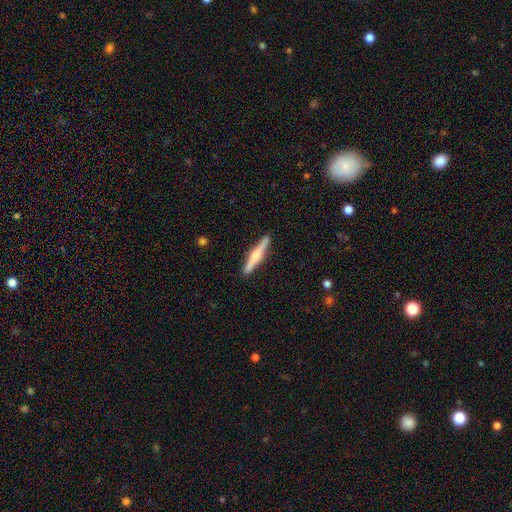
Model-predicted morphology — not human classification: The model was most divided on "smooth or featured": featured or disk: 63%, smooth: 32%, star or artifact: 5%. More confident: edge-on disk — yes (98%); merging — none (90%); edge-on bulge — rounded (84%).